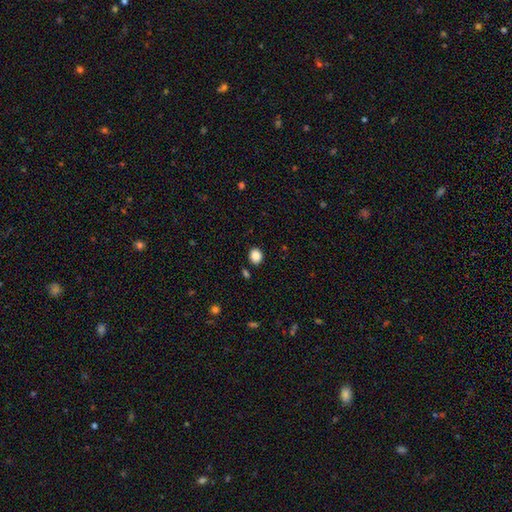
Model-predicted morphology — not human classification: Overall: smooth (87%). How rounded: round (71%). Merging: none (87%).